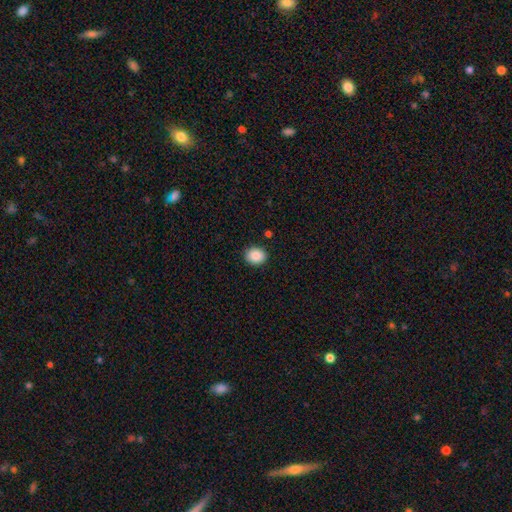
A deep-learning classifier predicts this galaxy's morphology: smooth-or-featured: smooth: 89% | star or artifact: 8% | featured or disk: 3%
  how-rounded: round: 61% | in between: 38% | cigar-shaped: 1%
  merging: none: 89% | minor disturbance: 8% | major disturbance: 2% | merger: 2%